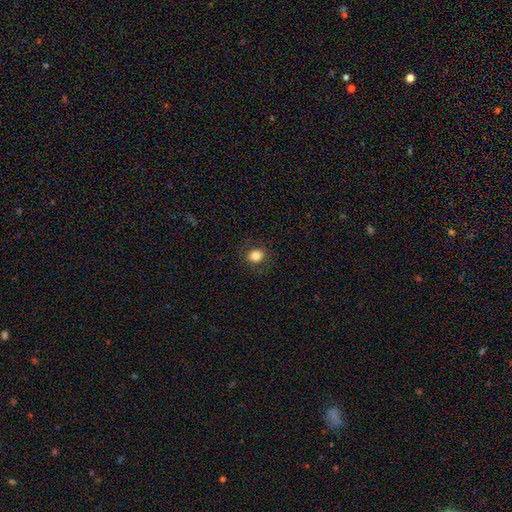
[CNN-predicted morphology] Q: Smooth or featured?
A: smooth (81%); runner-up: star or artifact (11%)
Q: How rounded?
A: round (64%); runner-up: in between (35%)
Q: Merging?
A: none (86%); runner-up: minor disturbance (10%)